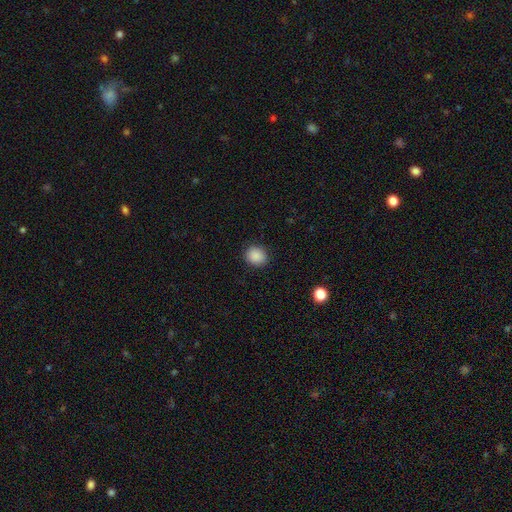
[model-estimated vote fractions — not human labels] Smooth or featured? Predicted: smooth (p=0.88). How rounded? Predicted: round (p=0.75). Merging? Predicted: none (p=0.89).